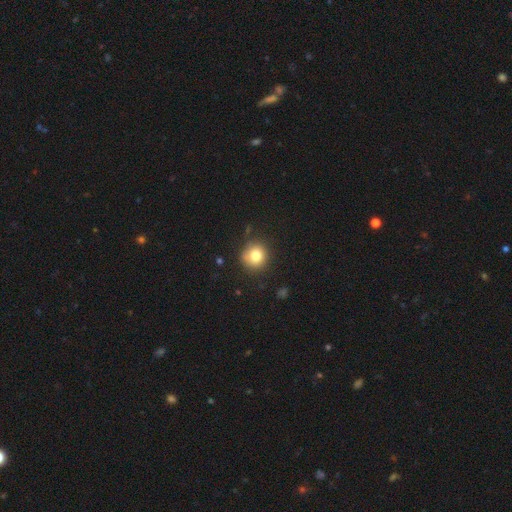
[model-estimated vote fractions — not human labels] Smooth or featured: smooth — 79% (star or artifact — 12%)
How rounded: round — 91% (in between — 8%)
Merging: none — 80% (minor disturbance — 14%)